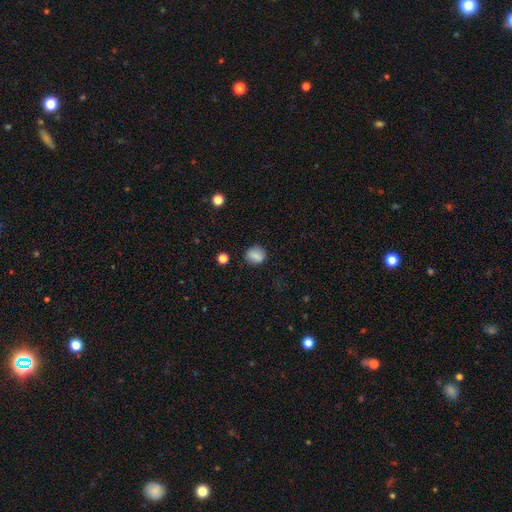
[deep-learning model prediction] Smooth or featured? smooth (82%)
How rounded? round (68%)
Merging? none (81%)